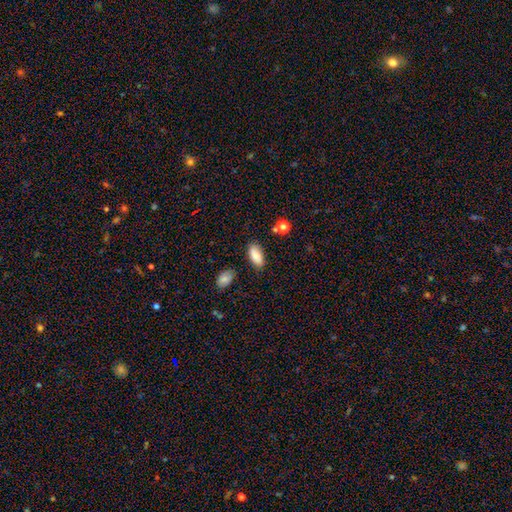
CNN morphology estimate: This is clearly a smooth galaxy (86%). How rounded: clearly in between (89%). Merging: clearly none (81%).